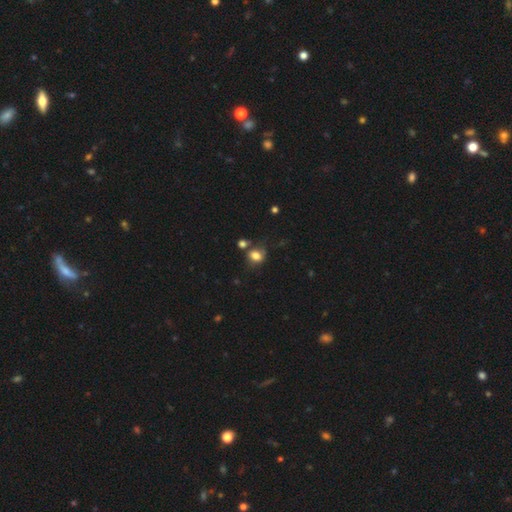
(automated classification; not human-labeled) smooth_or_featured: smooth (p=0.78) [alt: star or artifact p=0.12]
how_rounded: round (p=0.54) [alt: in between p=0.44]
merging: none (p=0.57) [alt: minor disturbance p=0.20]